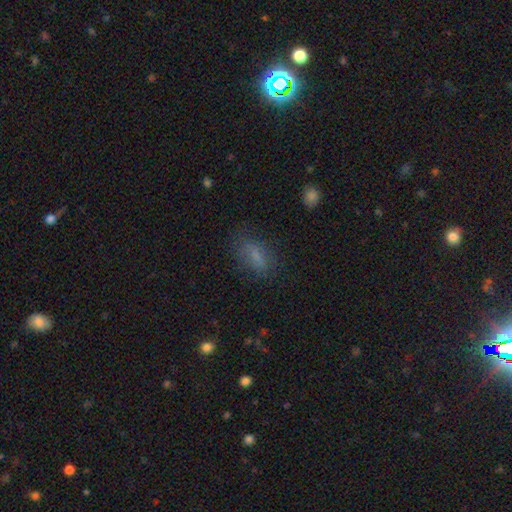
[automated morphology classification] This appears to be a smooth galaxy with no disk features (72%) that is in between round and cigar-shaped (70%). Merging: none (73%).